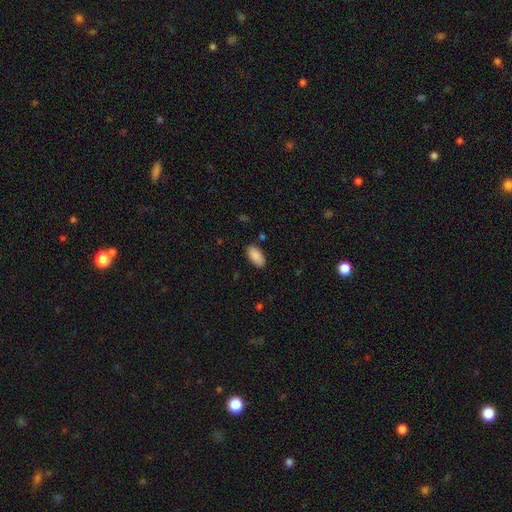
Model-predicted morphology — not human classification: Q: Smooth or featured?
A: smooth (89%); runner-up: star or artifact (6%)
Q: How rounded?
A: in between (93%); runner-up: cigar-shaped (5%)
Q: Merging?
A: none (86%); runner-up: minor disturbance (10%)